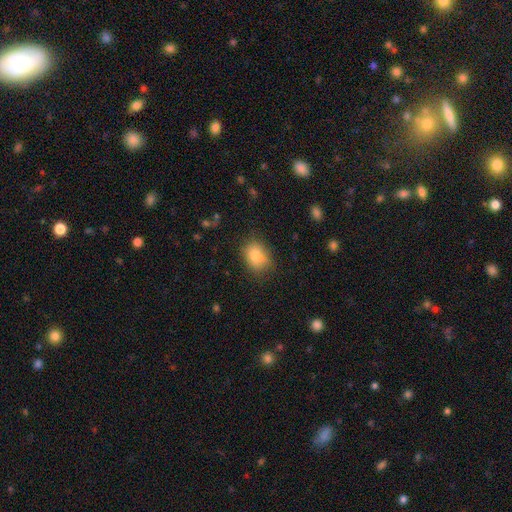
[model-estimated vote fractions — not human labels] Smooth or featured? Predicted: smooth (p=0.83). How rounded? Predicted: in between (p=0.63). Merging? Predicted: none (p=0.77).